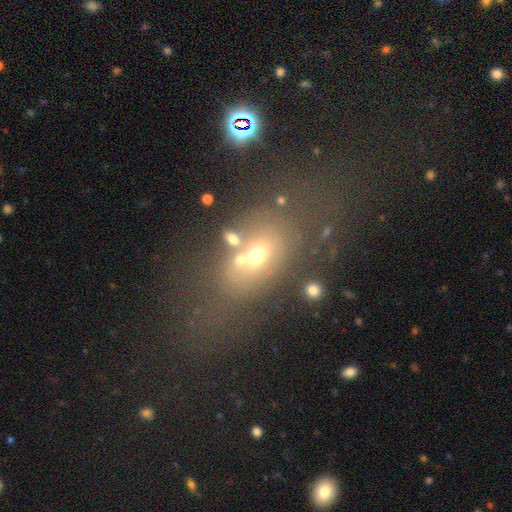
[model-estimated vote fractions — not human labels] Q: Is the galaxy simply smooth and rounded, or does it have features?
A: smooth — 52%.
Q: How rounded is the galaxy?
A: in between — 71%.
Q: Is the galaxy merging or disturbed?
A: none — 49%.